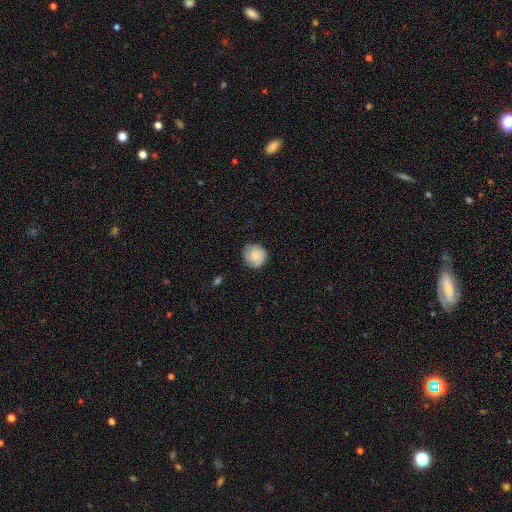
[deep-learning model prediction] Smooth or featured: smooth — 75% (featured or disk — 18%)
How rounded: round — 91% (in between — 8%)
Merging: none — 78% (minor disturbance — 17%)